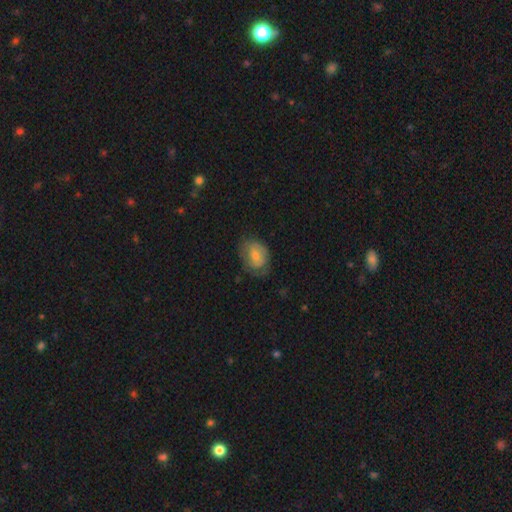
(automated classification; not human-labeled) This appears to be a smooth galaxy with no disk features (58%) that is in between round and cigar-shaped (68%). Merging: none (62%).